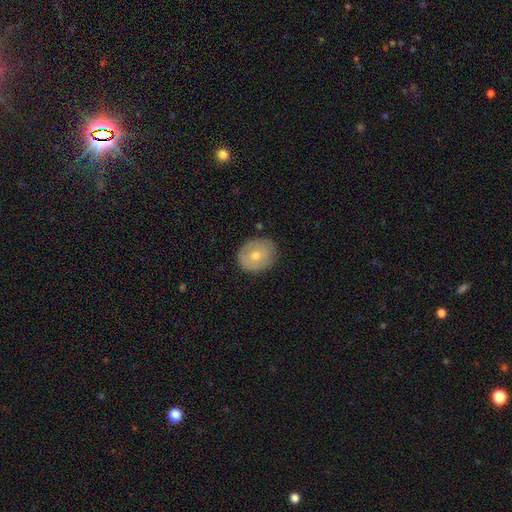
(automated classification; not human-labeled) Smooth or featured? smooth (56%)
How rounded? round (69%)
Merging? none (84%)